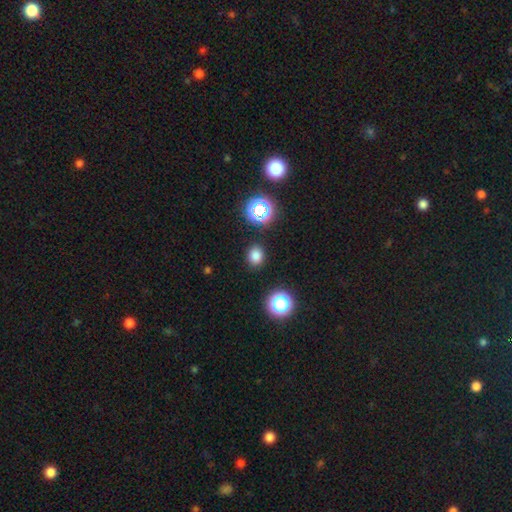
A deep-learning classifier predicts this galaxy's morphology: smooth_or_featured: smooth (p=0.78) [alt: star or artifact p=0.18]
how_rounded: round (p=0.71) [alt: in between p=0.28]
merging: none (p=0.88) [alt: minor disturbance p=0.08]